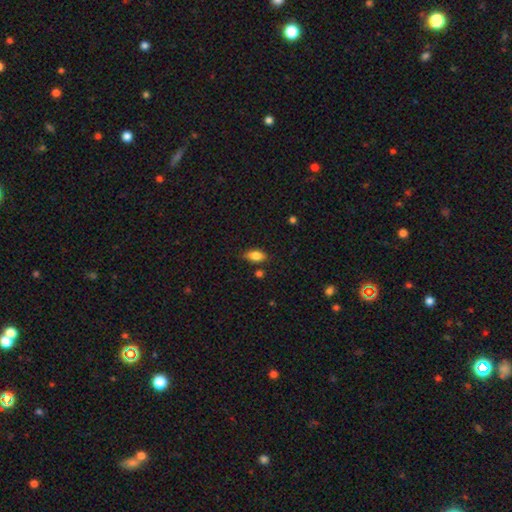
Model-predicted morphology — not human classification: smooth-or-featured: smooth: 81% | featured or disk: 11% | star or artifact: 8%
  how-rounded: in between: 87% | cigar-shaped: 7% | round: 5%
  merging: none: 76% | minor disturbance: 18% | major disturbance: 3% | merger: 3%